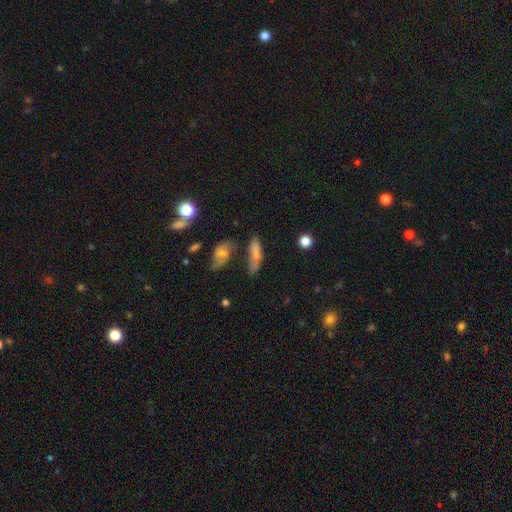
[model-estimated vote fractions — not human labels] A smooth galaxy with no disk features (63%) that is cigar-shaped (63%).

Vote fractions:
- Smooth or featured? smooth: 63% / featured or disk: 23% / star or artifact: 14%
- How rounded? cigar-shaped: 63% / in between: 32% / round: 6%
- Merging? none: 51% / minor disturbance: 21% / merger: 17% / major disturbance: 11%